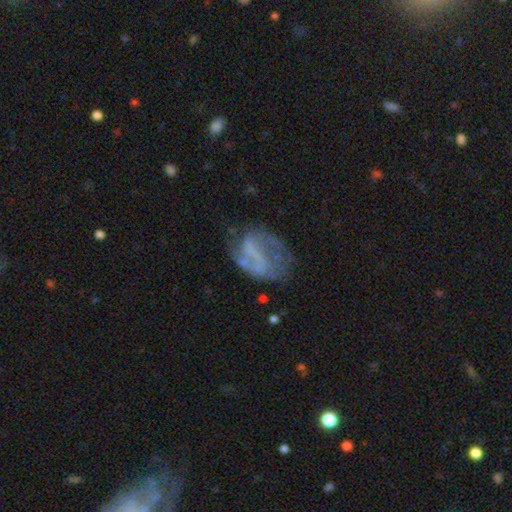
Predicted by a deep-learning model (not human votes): Q: Smooth or featured?
A: featured or disk (68%); runner-up: smooth (21%)
Q: Edge-on disk?
A: no (97%); runner-up: yes (3%)
Q: Bar?
A: no (41%); runner-up: weak (35%)
Q: Spiral arms?
A: yes (69%); runner-up: no (31%)
Q: Bulge size?
A: none (70%); runner-up: small (17%)
Q: Merging?
A: none (49%); runner-up: major disturbance (24%)